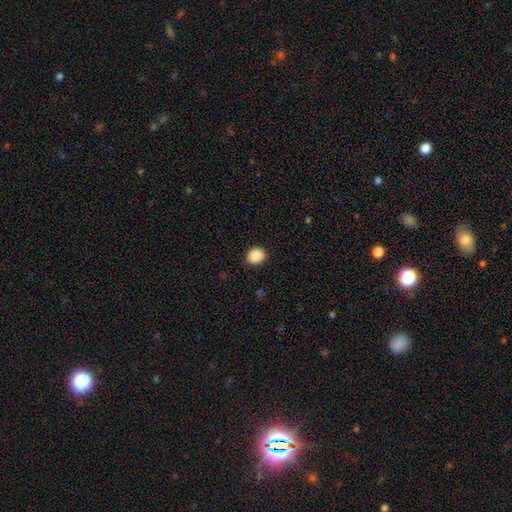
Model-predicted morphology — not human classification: Smooth or featured? smooth (89%)
How rounded? round (59%)
Merging? none (89%)